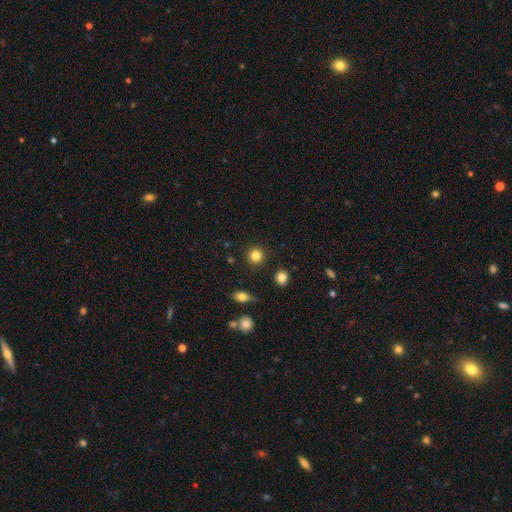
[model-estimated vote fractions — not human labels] smooth_or_featured: smooth (p=0.83) [alt: star or artifact p=0.11]
how_rounded: round (p=0.92) [alt: in between p=0.07]
merging: none (p=0.90) [alt: minor disturbance p=0.05]